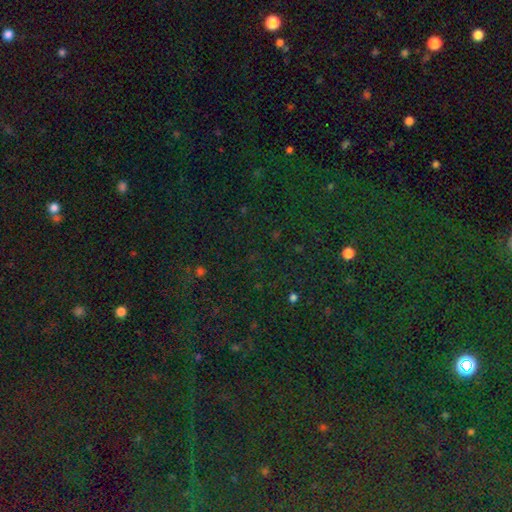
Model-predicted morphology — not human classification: A star or artifact, not a galaxy (82%).

Vote fractions:
- Smooth or featured? star or artifact: 82% / smooth: 12% / featured or disk: 7%